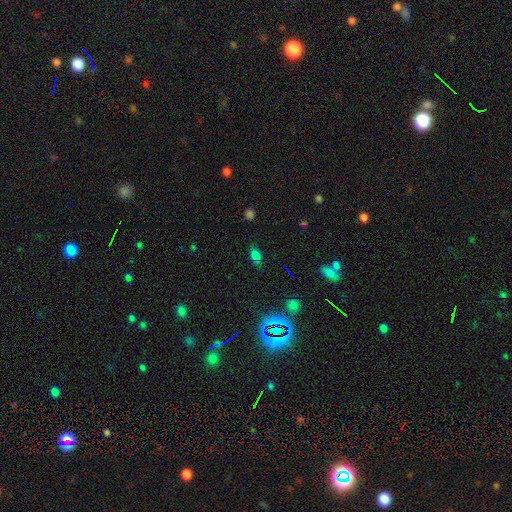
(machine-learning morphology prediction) Smooth or featured? Predicted: smooth (p=0.62). How rounded? Predicted: in between (p=0.78). Merging? Predicted: none (p=0.73).